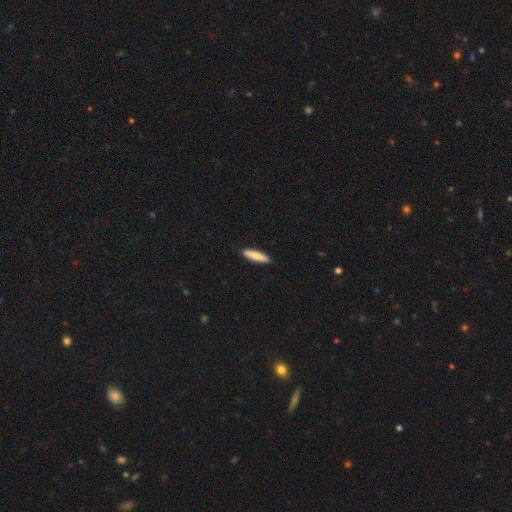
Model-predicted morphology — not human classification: Smooth or featured? Predicted: smooth (p=0.84). How rounded? Predicted: cigar-shaped (p=0.76). Merging? Predicted: none (p=0.91).